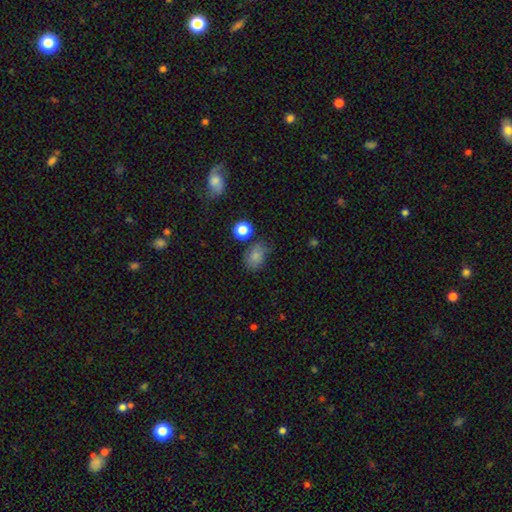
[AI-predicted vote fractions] A smooth galaxy with no disk features (79%) that is in between round and cigar-shaped (68%).

Vote fractions:
- Smooth or featured? smooth: 79% / star or artifact: 12% / featured or disk: 9%
- How rounded? in between: 68% / round: 30% / cigar-shaped: 1%
- Merging? none: 58% / minor disturbance: 27% / major disturbance: 9% / merger: 6%